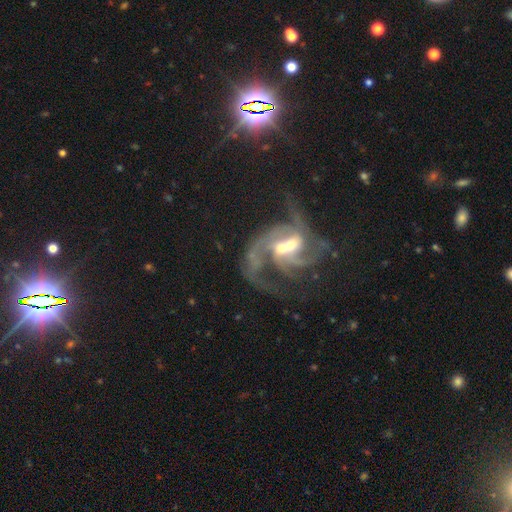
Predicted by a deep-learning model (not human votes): This appears to be a featured or disk galaxy (85%) with a weak bar (46%), 2 (32%) medium (46%) spiral arms (92%) and a moderate central bulge (56%). Merging: merger (53%).